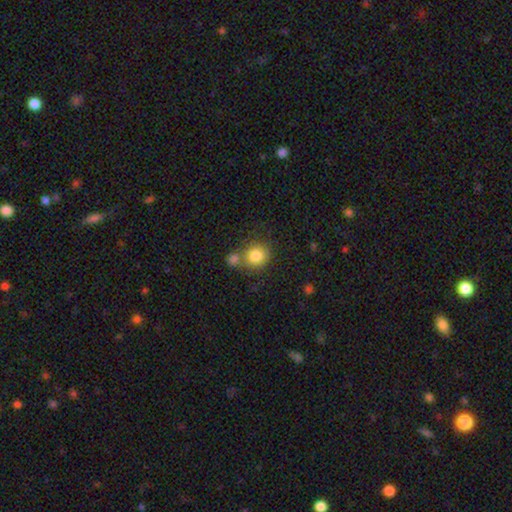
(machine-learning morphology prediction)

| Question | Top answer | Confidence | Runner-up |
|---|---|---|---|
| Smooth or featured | smooth | 83% | star or artifact (9%) |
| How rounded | round | 84% | in between (15%) |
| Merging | none | 58% | merger (27%) |